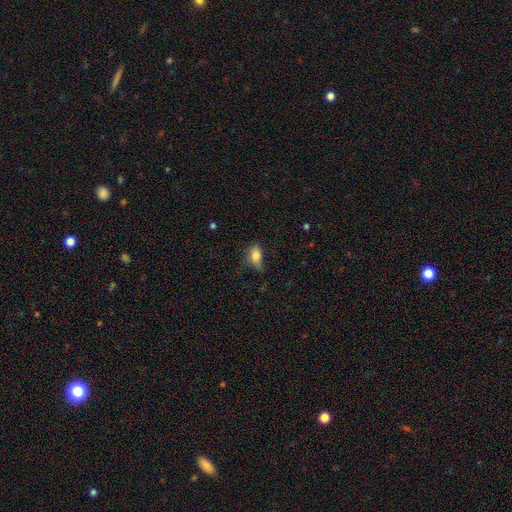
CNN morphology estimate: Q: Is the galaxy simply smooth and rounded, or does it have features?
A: smooth — 82%.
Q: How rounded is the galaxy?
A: in between — 86%.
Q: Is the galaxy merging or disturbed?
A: none — 55%.